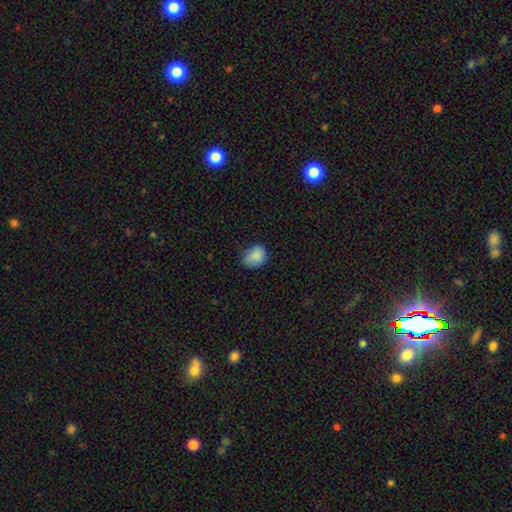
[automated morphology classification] This is clearly a smooth galaxy (86%). How rounded: possibly in between (50%). Merging: likely none (67%).